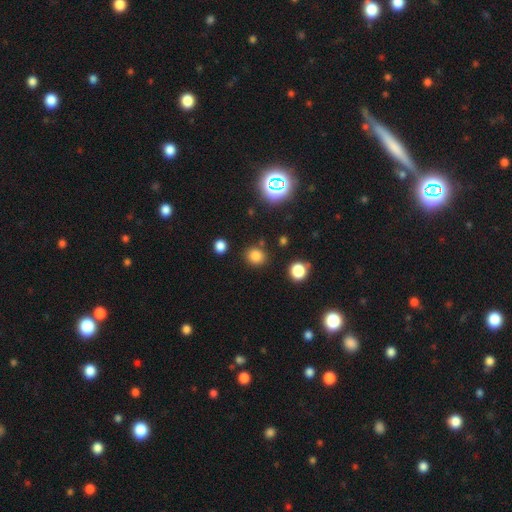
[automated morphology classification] smooth-or-featured: smooth: 80% | star or artifact: 16% | featured or disk: 5%
  how-rounded: round: 79% | in between: 20% | cigar-shaped: 1%
  merging: none: 84% | minor disturbance: 9% | merger: 4% | major disturbance: 3%